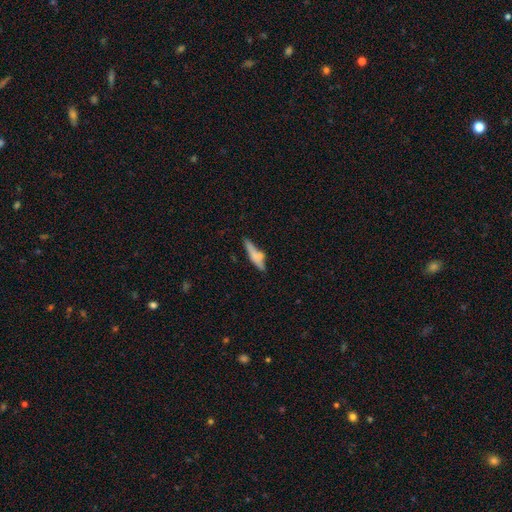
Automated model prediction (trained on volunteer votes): Morphology: type=smooth (62%); roundness=cigar-shaped (76%); merging=none (54%).